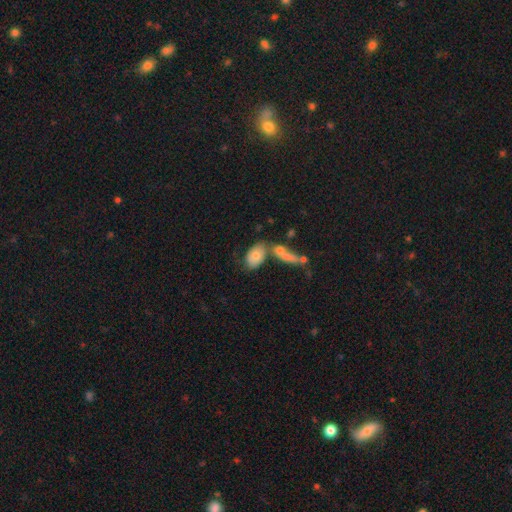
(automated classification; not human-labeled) Morphology: type=smooth (74%); roundness=in between (88%); merging=none (44%).